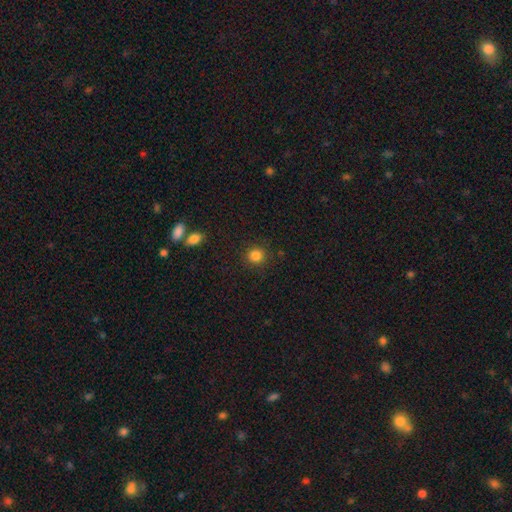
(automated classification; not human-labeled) Smooth or featured? Predicted: smooth (p=0.84). How rounded? Predicted: round (p=0.91). Merging? Predicted: none (p=0.89).